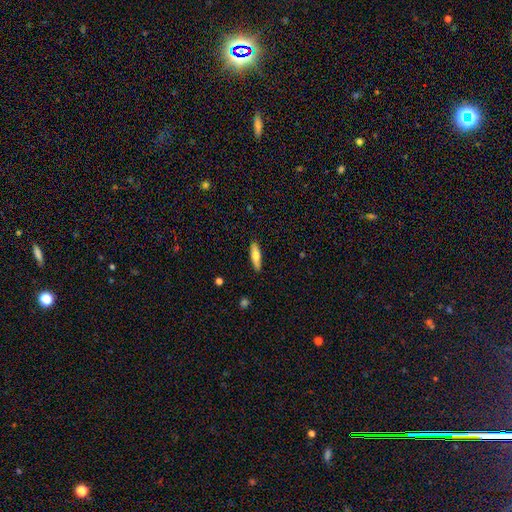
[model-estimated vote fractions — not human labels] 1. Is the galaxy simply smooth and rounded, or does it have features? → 67% smooth, 27% featured or disk, 6% star or artifact.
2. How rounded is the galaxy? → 63% cigar-shaped, 35% in between, 2% round.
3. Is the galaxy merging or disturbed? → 87% none, 10% minor disturbance, 2% major disturbance, 1% merger.